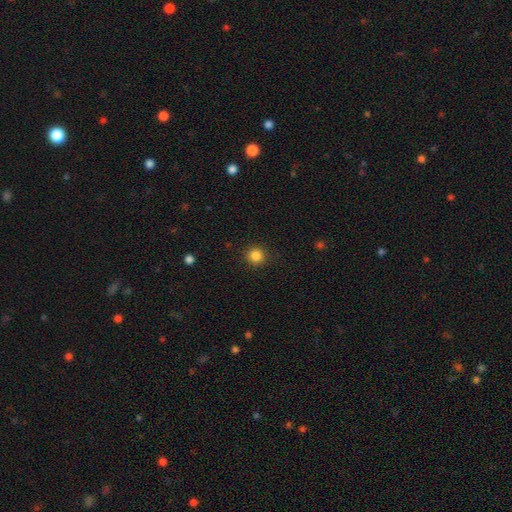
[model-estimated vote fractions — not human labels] Smooth or featured: smooth — 84% (star or artifact — 12%)
How rounded: round — 93% (in between — 6%)
Merging: none — 91% (minor disturbance — 6%)